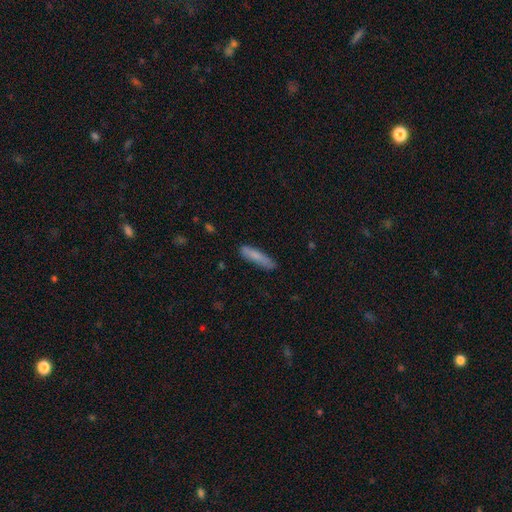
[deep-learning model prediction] Smooth or featured?
  - smooth: 79% *
  - featured or disk: 15%
  - star or artifact: 6%
How rounded?
  - cigar-shaped: 86% *
  - in between: 13%
  - round: 1%
Merging?
  - none: 82% *
  - minor disturbance: 14%
  - major disturbance: 2%
  - merger: 2%